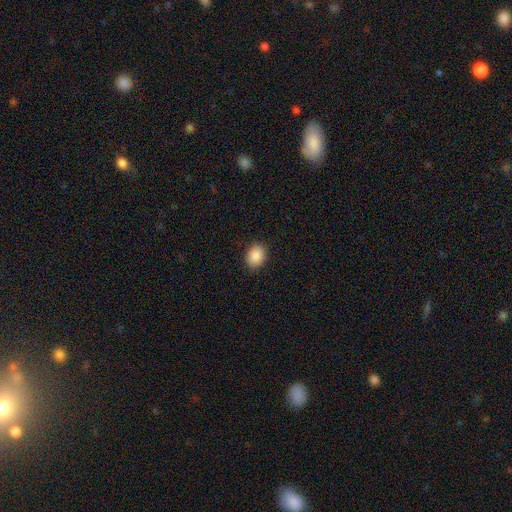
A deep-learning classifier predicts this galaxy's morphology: Smooth or featured?
  - smooth: 88% *
  - star or artifact: 8%
  - featured or disk: 4%
How rounded?
  - in between: 58% *
  - round: 41%
  - cigar-shaped: 1%
Merging?
  - none: 89% *
  - minor disturbance: 8%
  - major disturbance: 2%
  - merger: 1%